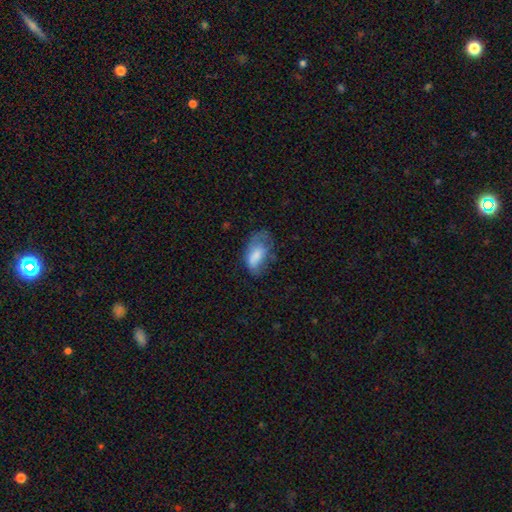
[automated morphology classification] This is likely a smooth galaxy (66%). How rounded: clearly in between (91%). Merging: marginally major disturbance (35%).